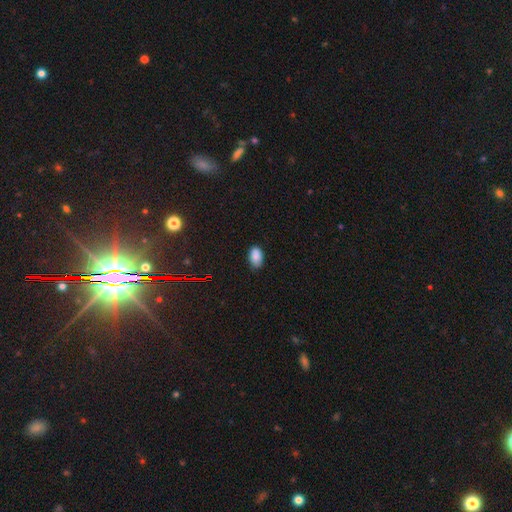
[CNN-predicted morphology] The model was most divided on "merging": none: 79%, minor disturbance: 18%, major disturbance: 3%, merger: 1%. More confident: how rounded — in between (92%); smooth or featured — smooth (86%).